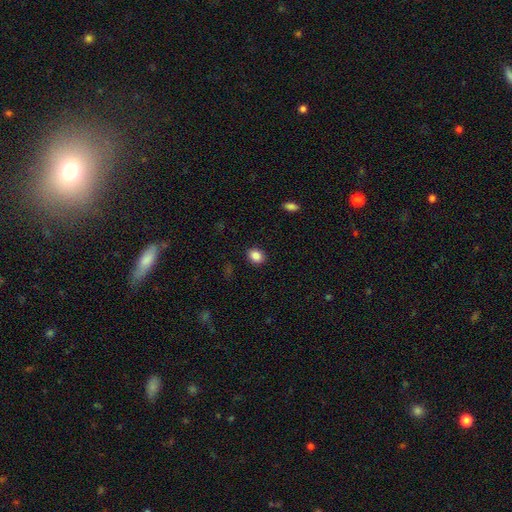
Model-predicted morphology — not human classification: This appears to be a smooth galaxy with no disk features (87%) that is in between round and cigar-shaped (52%). Merging: none (89%).